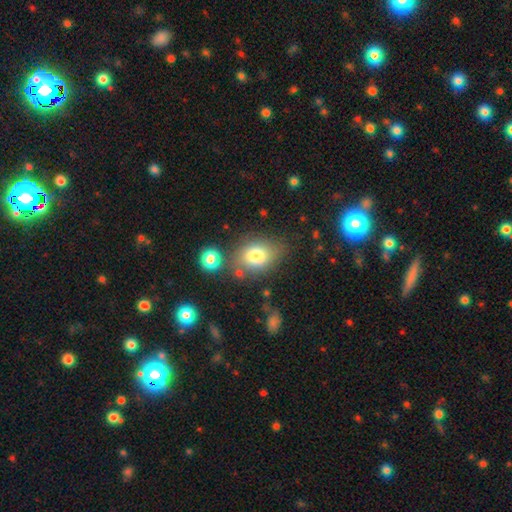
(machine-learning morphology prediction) Smooth or featured? Predicted: smooth (p=0.79). How rounded? Predicted: in between (p=0.63). Merging? Predicted: none (p=0.64).